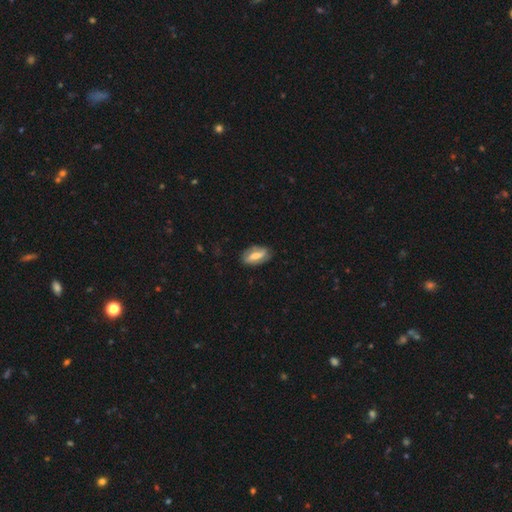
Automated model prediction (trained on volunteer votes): Smooth or featured? smooth (47%)
Merging? none (78%)